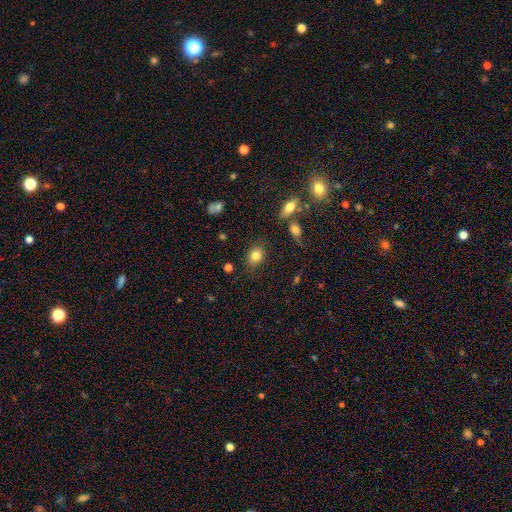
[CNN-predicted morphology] type=smooth (82%); roundness=in between (52%); merging=none (80%).